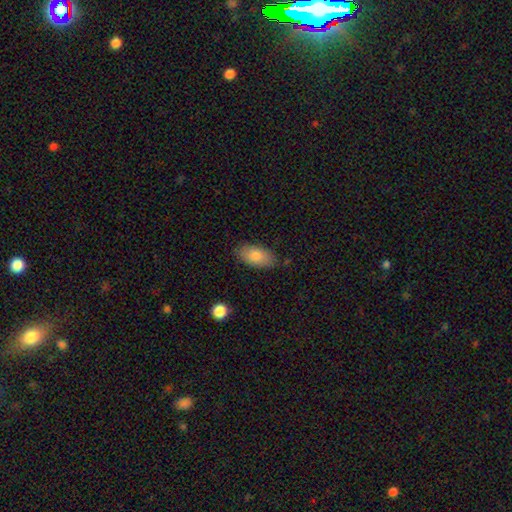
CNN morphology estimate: Smooth or featured? smooth (82%)
How rounded? in between (92%)
Merging? none (82%)